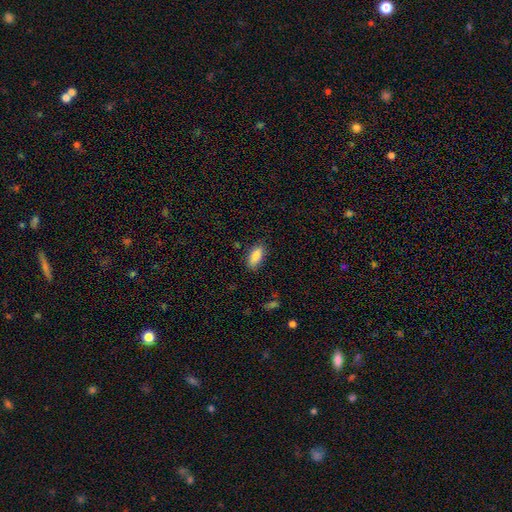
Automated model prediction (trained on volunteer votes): Smooth or featured? smooth (87%)
How rounded? in between (87%)
Merging? none (82%)